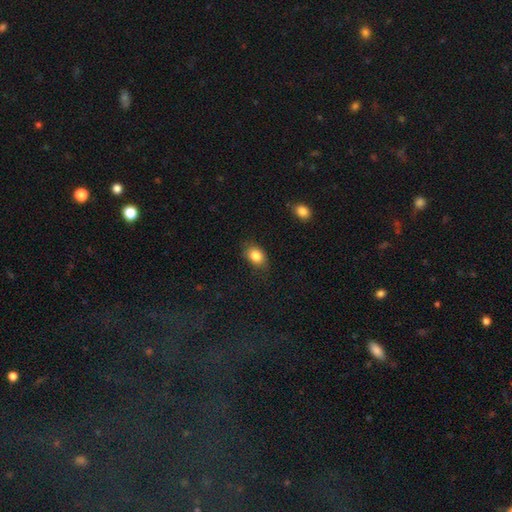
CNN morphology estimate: The model was most divided on "how rounded": in between: 73%, round: 26%, cigar-shaped: 1%. More confident: smooth or featured — smooth (85%); merging — none (76%).